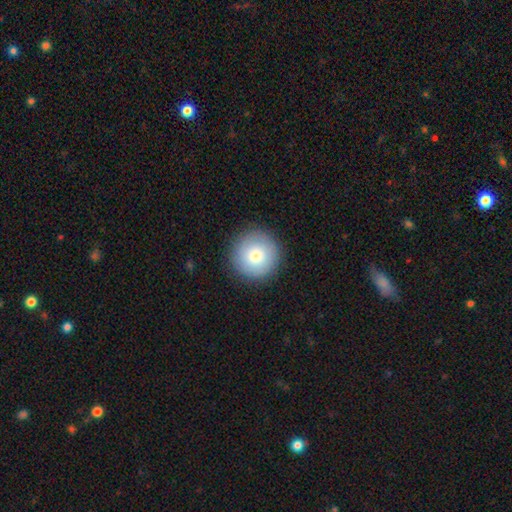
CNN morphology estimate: Overall: smooth (79%). How rounded: round (96%). Merging: none (90%).